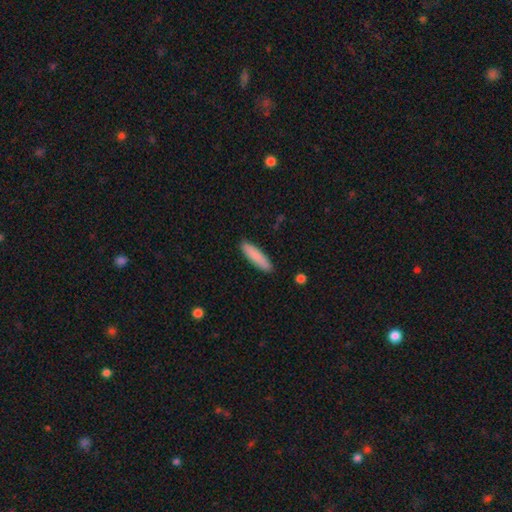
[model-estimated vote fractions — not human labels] Smooth or featured? smooth (87%)
How rounded? cigar-shaped (76%)
Merging? none (90%)